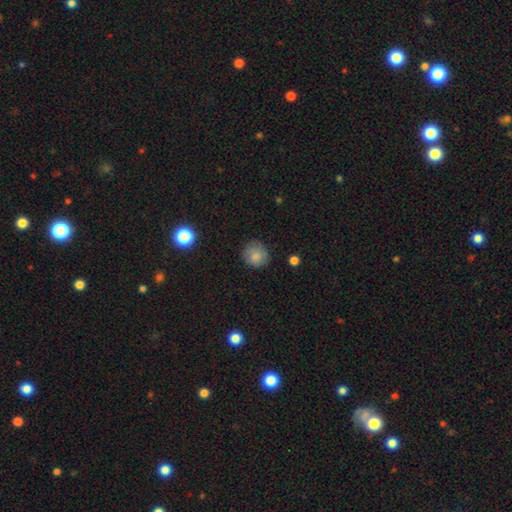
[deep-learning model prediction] Q: Smooth or featured?
A: smooth (78%); runner-up: featured or disk (12%)
Q: How rounded?
A: round (87%); runner-up: in between (12%)
Q: Merging?
A: none (77%); runner-up: minor disturbance (17%)